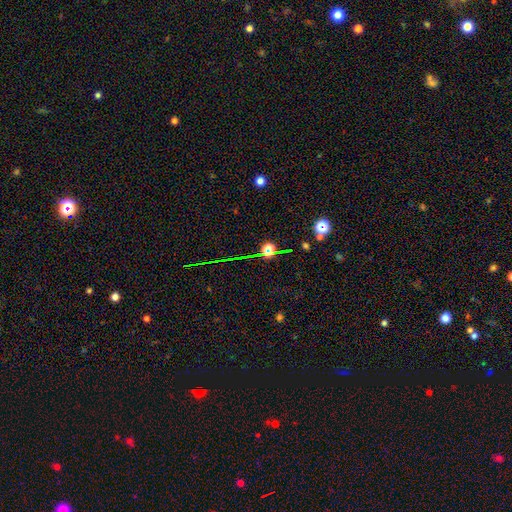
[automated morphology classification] Smooth or featured?
  - star or artifact: 68% *
  - smooth: 19%
  - featured or disk: 13%